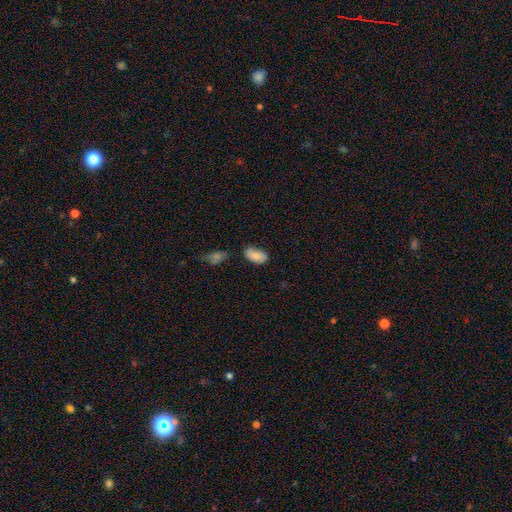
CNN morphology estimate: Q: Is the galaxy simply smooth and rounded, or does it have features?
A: smooth — 84%.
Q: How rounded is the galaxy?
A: in between — 94%.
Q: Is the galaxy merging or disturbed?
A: none — 60%.